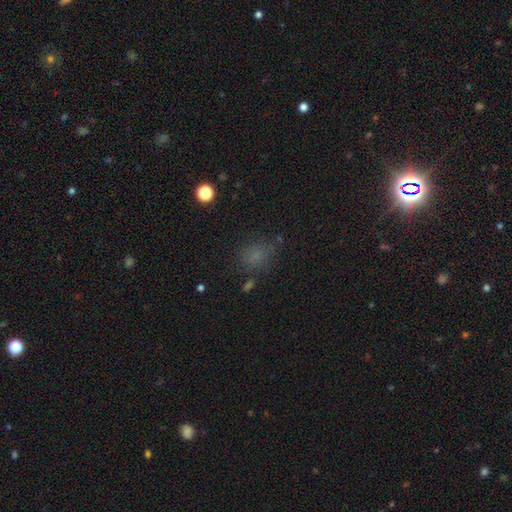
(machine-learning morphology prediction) The model was most divided on "how rounded": round: 53%, in between: 45%, cigar-shaped: 2%. More confident: merging — none (71%); smooth or featured — smooth (67%).